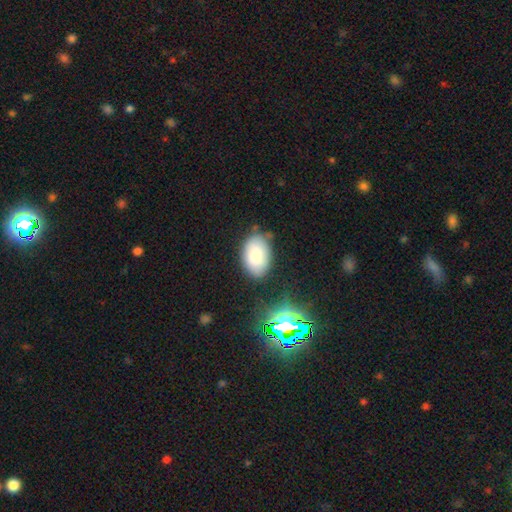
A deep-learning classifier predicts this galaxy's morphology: This is clearly a smooth galaxy (82%). How rounded: clearly in between (90%). Merging: likely none (74%).